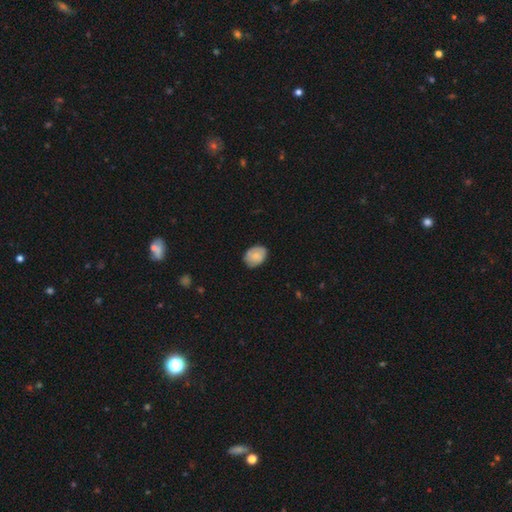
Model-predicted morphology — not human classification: This appears to be a smooth galaxy with no disk features (73%) that is in between round and cigar-shaped (75%). Merging: none (78%).